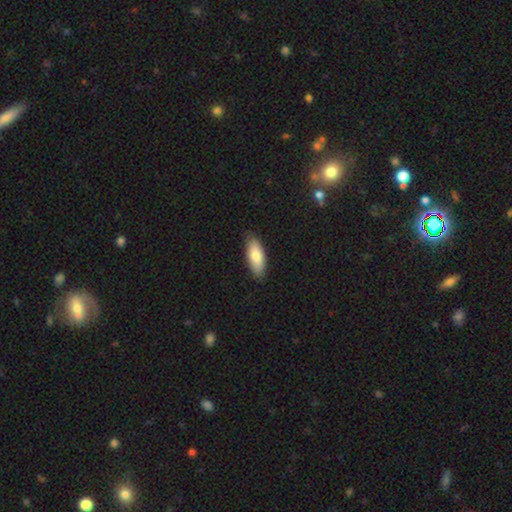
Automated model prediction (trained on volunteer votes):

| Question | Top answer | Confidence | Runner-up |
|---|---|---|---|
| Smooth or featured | smooth | 80% | featured or disk (15%) |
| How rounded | in between | 79% | cigar-shaped (19%) |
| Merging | none | 84% | minor disturbance (13%) |